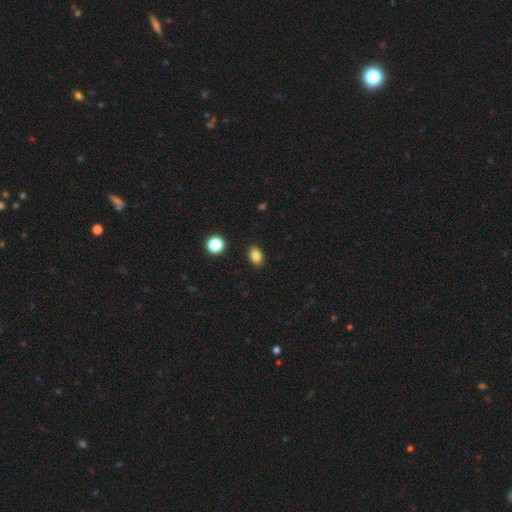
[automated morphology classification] A smooth galaxy with no disk features (84%) that is in between round and cigar-shaped (82%). Merging: none (89%).